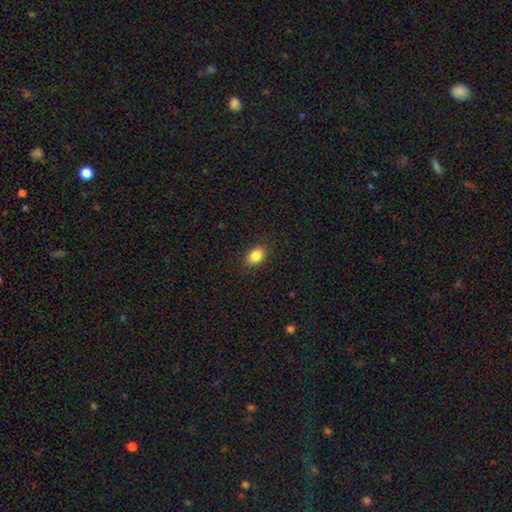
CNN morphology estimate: This appears to be a smooth galaxy with no disk features (86%) that is in between round and cigar-shaped (82%). Merging: none (88%).